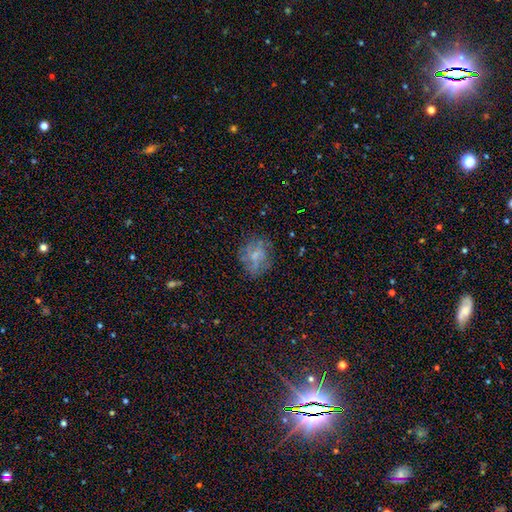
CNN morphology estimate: A smooth galaxy with no disk features (42%, tied with featured or disk). Merging: none (64%).